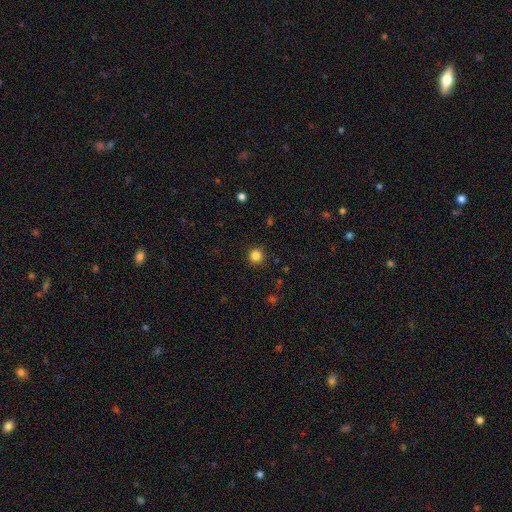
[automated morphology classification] This appears to be a smooth galaxy with no disk features (85%) that is round (94%). Merging: none (90%).